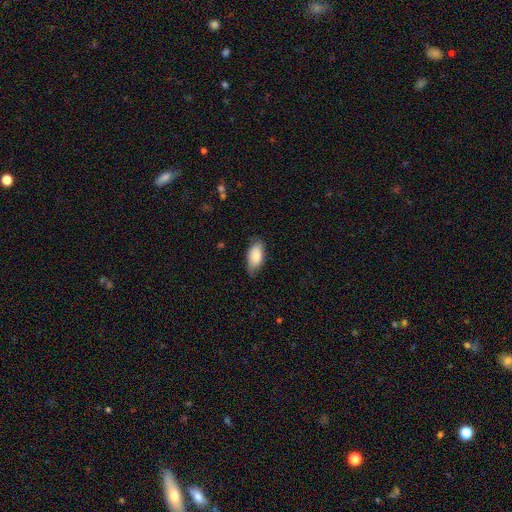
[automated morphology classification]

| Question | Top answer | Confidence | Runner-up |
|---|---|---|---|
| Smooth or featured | smooth | 80% | featured or disk (13%) |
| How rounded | in between | 92% | cigar-shaped (5%) |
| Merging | none | 71% | minor disturbance (24%) |